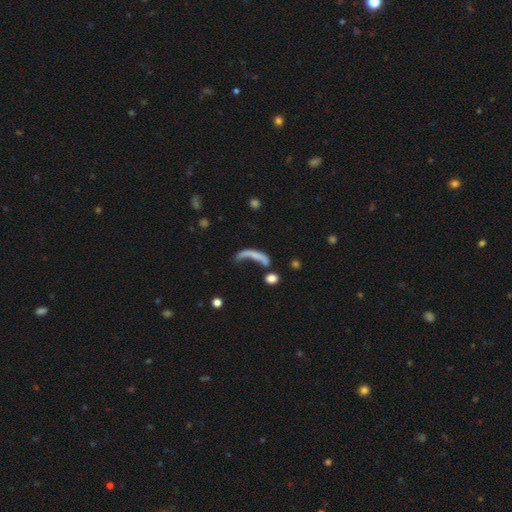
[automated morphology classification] smooth-or-featured: smooth: 50% | featured or disk: 38% | star or artifact: 12%
  how-rounded: cigar-shaped: 62% | in between: 29% | round: 8%
  merging: major disturbance: 40% | none: 28% | merger: 18% | minor disturbance: 14%